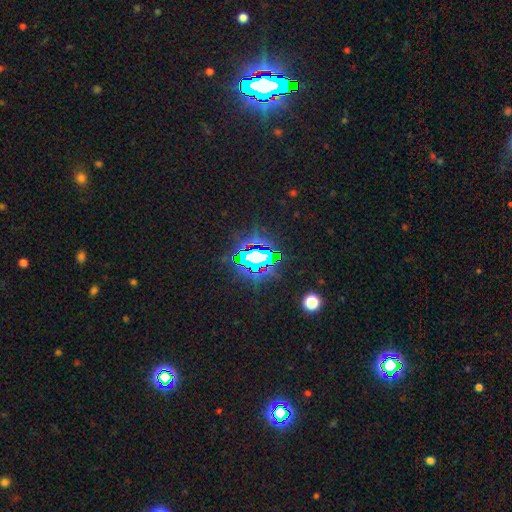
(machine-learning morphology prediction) This is likely a star or artifact rather than a galaxy (74%).